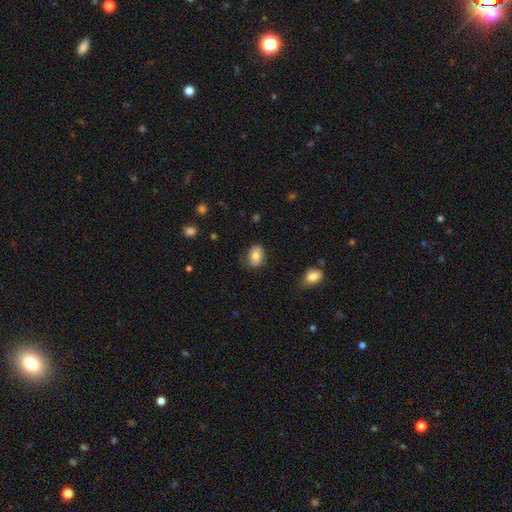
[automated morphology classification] smooth 76%, featured or disk 16%, star or artifact 8%. Down the decision tree: how rounded — in between (69%); merging — none (75%).